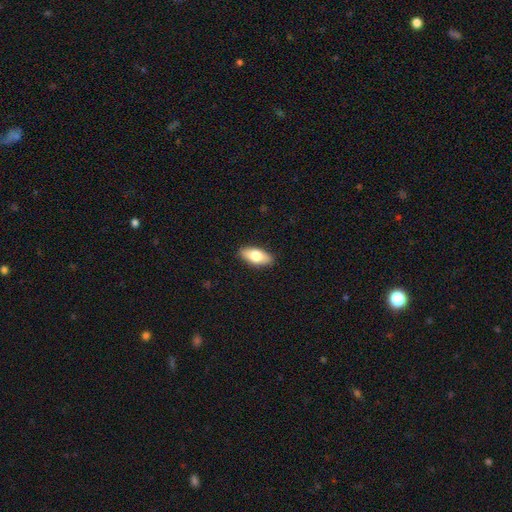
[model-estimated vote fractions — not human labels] smooth-or-featured: smooth: 75% | featured or disk: 19% | star or artifact: 6%
  how-rounded: in between: 85% | cigar-shaped: 12% | round: 3%
  merging: none: 89% | minor disturbance: 8% | major disturbance: 2% | merger: 1%